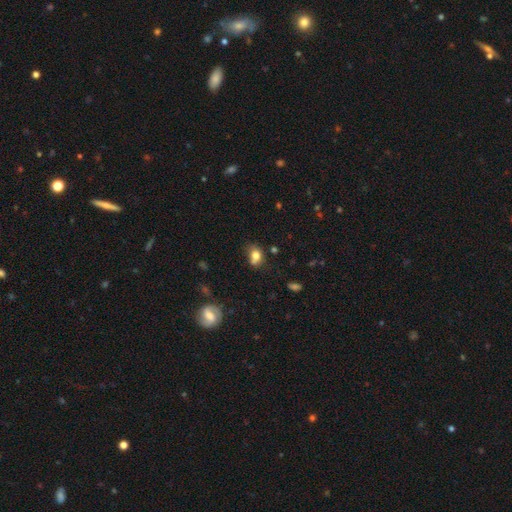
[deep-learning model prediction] Q: Smooth or featured?
A: smooth (75%); runner-up: featured or disk (13%)
Q: How rounded?
A: in between (57%); runner-up: round (41%)
Q: Merging?
A: none (46%); runner-up: minor disturbance (26%)